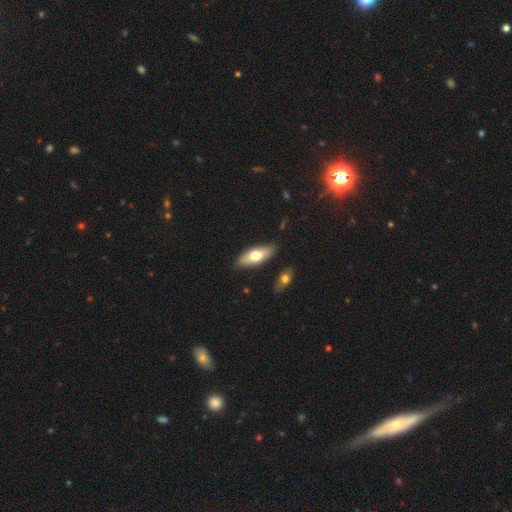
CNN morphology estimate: type=smooth (67%); roundness=in between (75%); merging=none (85%).